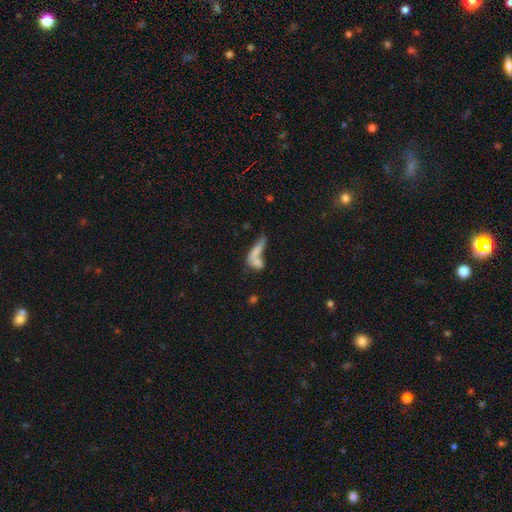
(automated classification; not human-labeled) Overall: smooth (68%). How rounded: cigar-shaped (53%; in between 41%). Merging: merger (54%; none 25%).